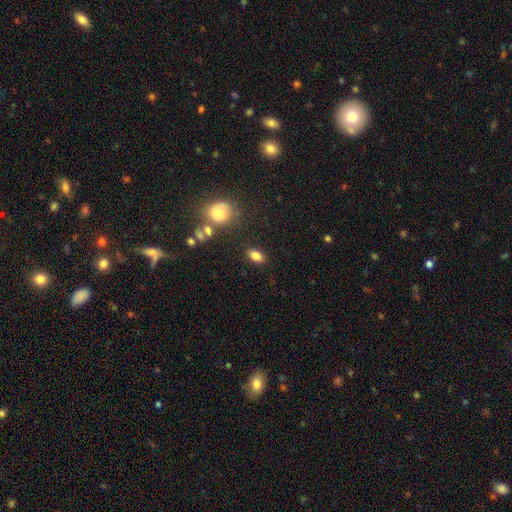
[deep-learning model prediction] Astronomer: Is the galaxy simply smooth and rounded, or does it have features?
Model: smooth — 82%.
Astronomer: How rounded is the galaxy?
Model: in between — 85%.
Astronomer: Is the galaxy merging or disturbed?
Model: none — 84%.